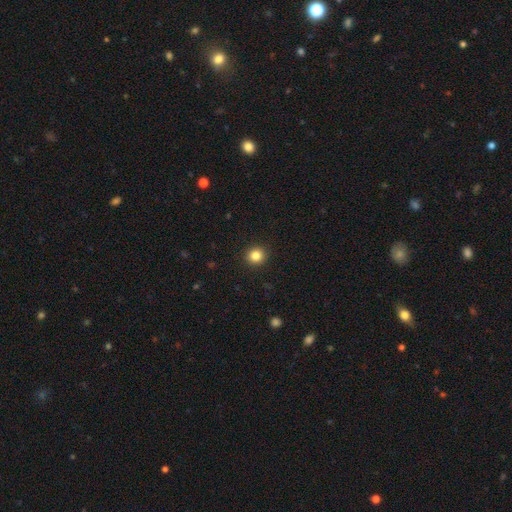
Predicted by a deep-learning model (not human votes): This is clearly a smooth galaxy (85%). How rounded: clearly round (91%). Merging: clearly none (93%).